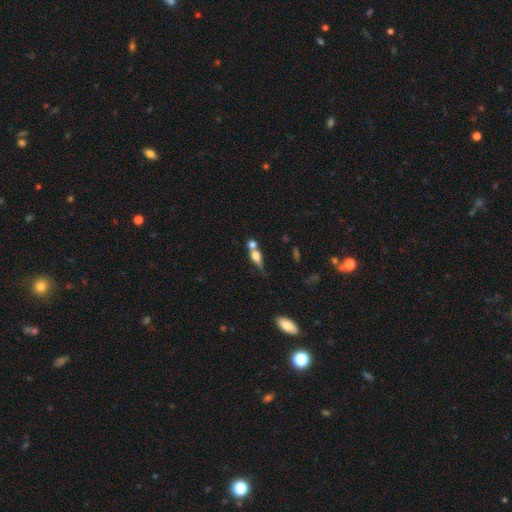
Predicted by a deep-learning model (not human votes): Overall: smooth (54%; featured or disk 35%). How rounded: in between (48%; cigar-shaped 33%). Merging: merger (41%; none 38%).